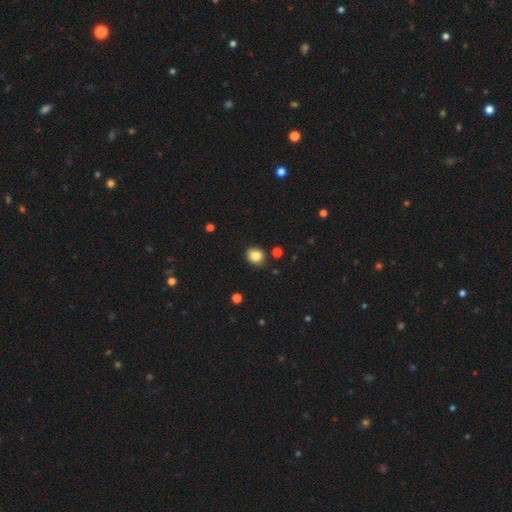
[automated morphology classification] Smooth or featured? Predicted: smooth (p=0.84). How rounded? Predicted: round (p=0.67). Merging? Predicted: none (p=0.83).